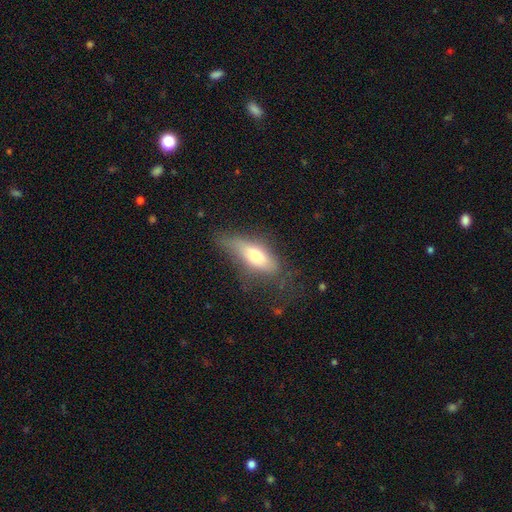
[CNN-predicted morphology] Overall: smooth (61%; featured or disk 31%). How rounded: in between (64%; cigar-shaped 33%). Merging: none (46%; minor disturbance 31%).